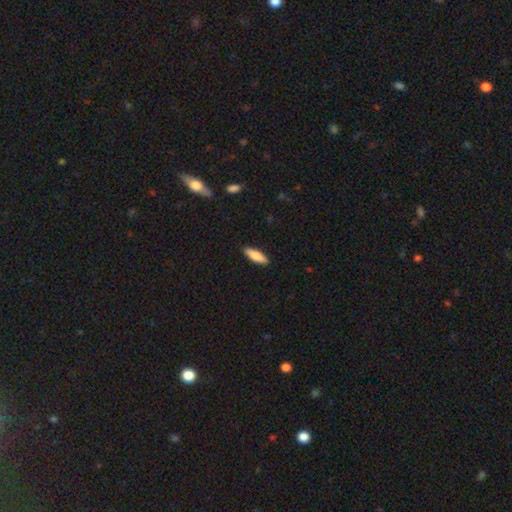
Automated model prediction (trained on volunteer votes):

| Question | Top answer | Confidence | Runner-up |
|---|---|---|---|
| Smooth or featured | smooth | 78% | featured or disk (17%) |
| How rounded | cigar-shaped | 54% | in between (44%) |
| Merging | none | 90% | minor disturbance (7%) |